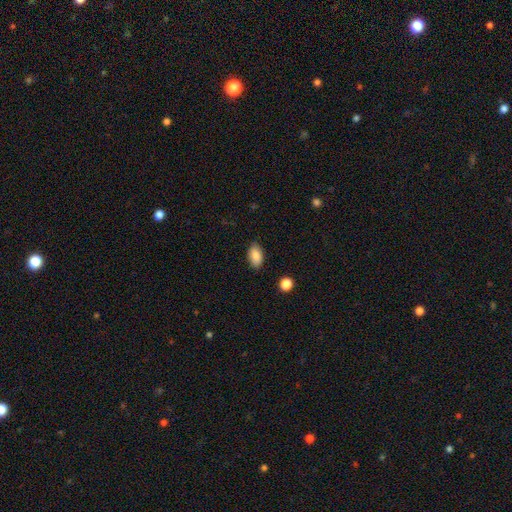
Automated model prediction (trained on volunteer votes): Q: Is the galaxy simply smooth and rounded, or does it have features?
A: smooth — 87%.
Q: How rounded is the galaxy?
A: in between — 92%.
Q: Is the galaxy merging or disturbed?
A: none — 84%.